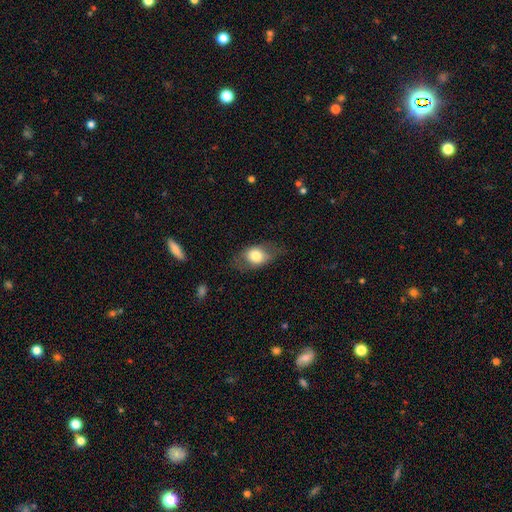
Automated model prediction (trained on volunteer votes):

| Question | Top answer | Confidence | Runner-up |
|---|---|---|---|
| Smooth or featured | smooth | 67% | featured or disk (25%) |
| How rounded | in between | 73% | round (25%) |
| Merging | none | 67% | minor disturbance (21%) |